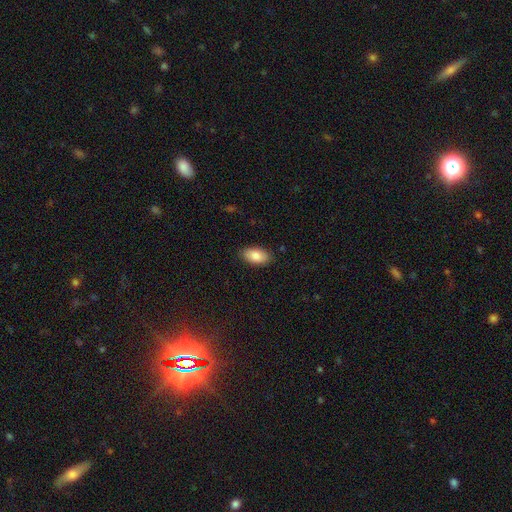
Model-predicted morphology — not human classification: Smooth or featured?
  - smooth: 85% *
  - featured or disk: 8%
  - star or artifact: 7%
How rounded?
  - in between: 94% *
  - round: 3%
  - cigar-shaped: 3%
Merging?
  - none: 86% *
  - minor disturbance: 11%
  - major disturbance: 2%
  - merger: 1%